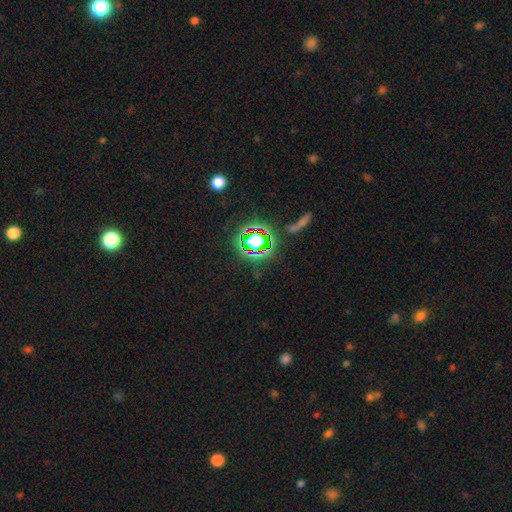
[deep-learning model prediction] star or artifact 79%, smooth 14%, featured or disk 8%.